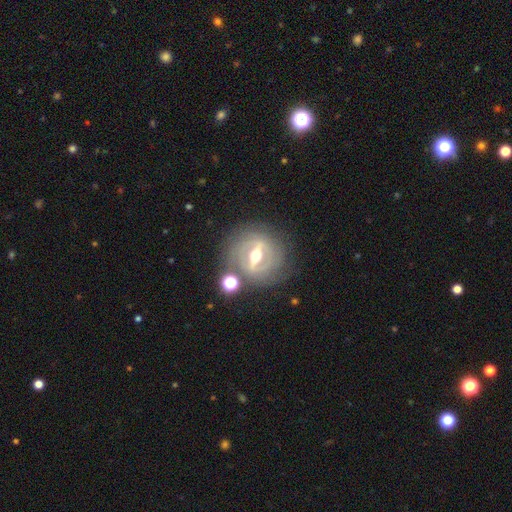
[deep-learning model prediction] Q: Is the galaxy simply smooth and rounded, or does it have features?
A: featured or disk — 84%.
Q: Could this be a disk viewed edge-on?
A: no — 82%.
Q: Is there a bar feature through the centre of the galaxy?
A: strong — 74%.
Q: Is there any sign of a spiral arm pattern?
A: yes — 64%.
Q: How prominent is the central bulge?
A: moderate — 77%.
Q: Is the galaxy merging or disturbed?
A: none — 77%.